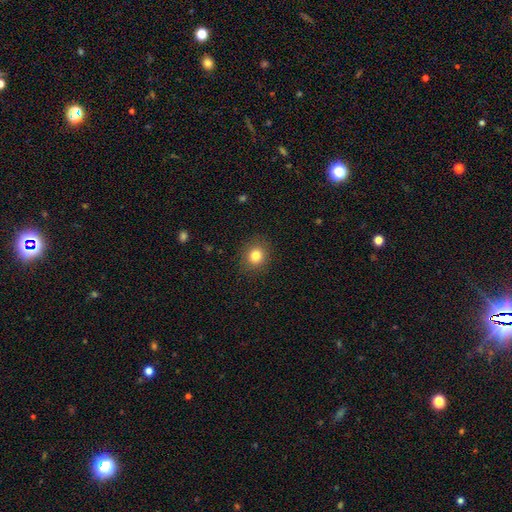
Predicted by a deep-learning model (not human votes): This is clearly a smooth galaxy (82%). How rounded: likely round (78%). Merging: clearly none (88%).